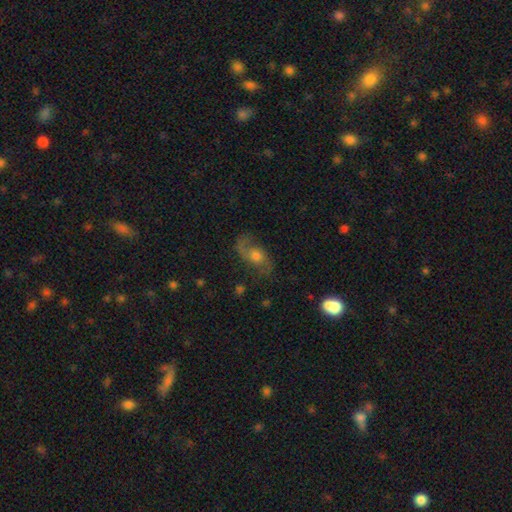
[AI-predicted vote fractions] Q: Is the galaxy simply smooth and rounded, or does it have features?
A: featured or disk — 66%.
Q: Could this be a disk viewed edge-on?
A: no — 93%.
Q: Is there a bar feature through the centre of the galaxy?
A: no — 70%.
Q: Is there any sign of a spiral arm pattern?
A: yes — 88%.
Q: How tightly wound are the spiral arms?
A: loose — 56%.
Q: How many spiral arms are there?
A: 2 — 83%.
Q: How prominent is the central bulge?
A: moderate — 61%.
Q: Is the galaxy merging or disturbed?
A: none — 68%.